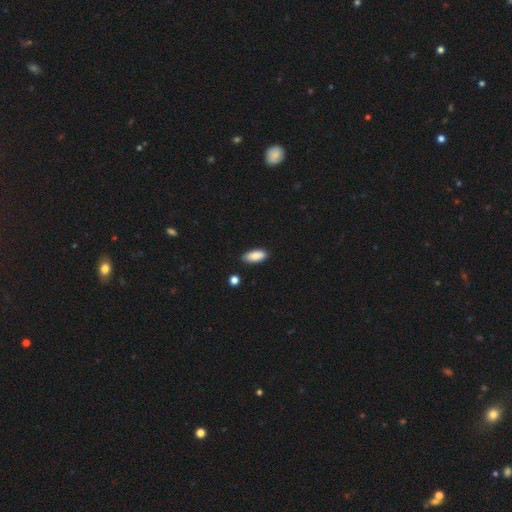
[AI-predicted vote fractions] A smooth galaxy with no disk features (87%) that is in between round and cigar-shaped (85%). Merging: none (85%).